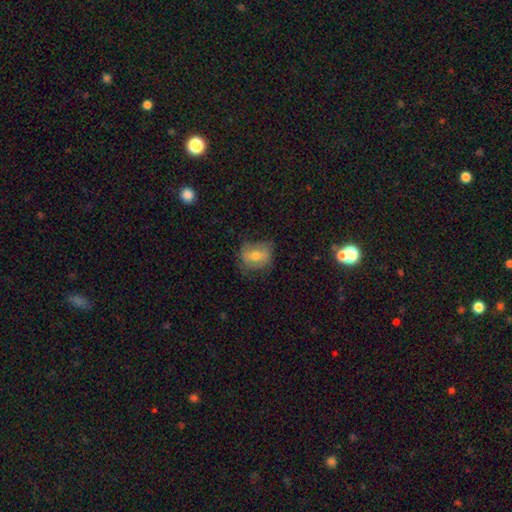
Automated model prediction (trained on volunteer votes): Smooth or featured?
  - smooth: 60% *
  - featured or disk: 31%
  - star or artifact: 9%
How rounded?
  - round: 56% *
  - in between: 43%
  - cigar-shaped: 1%
Merging?
  - none: 63% *
  - minor disturbance: 26%
  - major disturbance: 10%
  - merger: 1%